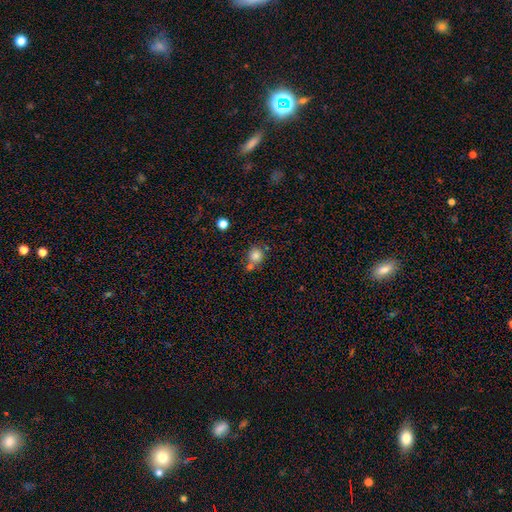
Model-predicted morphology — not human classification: Smooth or featured: smooth — 81% (star or artifact — 11%)
How rounded: round — 87% (in between — 12%)
Merging: none — 56% (merger — 29%)